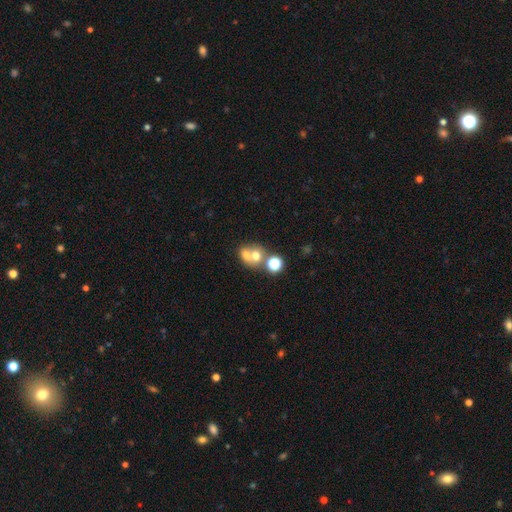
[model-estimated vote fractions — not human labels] Q: Smooth or featured?
A: smooth (61%); runner-up: featured or disk (24%)
Q: How rounded?
A: round (64%); runner-up: in between (35%)
Q: Merging?
A: merger (57%); runner-up: none (31%)